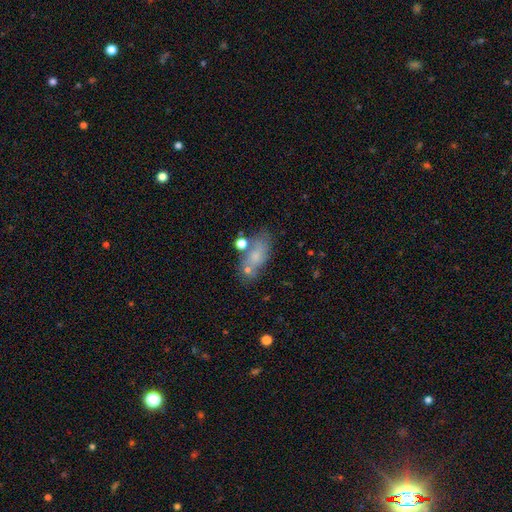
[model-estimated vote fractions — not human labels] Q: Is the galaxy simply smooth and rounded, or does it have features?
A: smooth — 64%.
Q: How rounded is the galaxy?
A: in between — 83%.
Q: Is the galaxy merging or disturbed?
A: none — 52%.